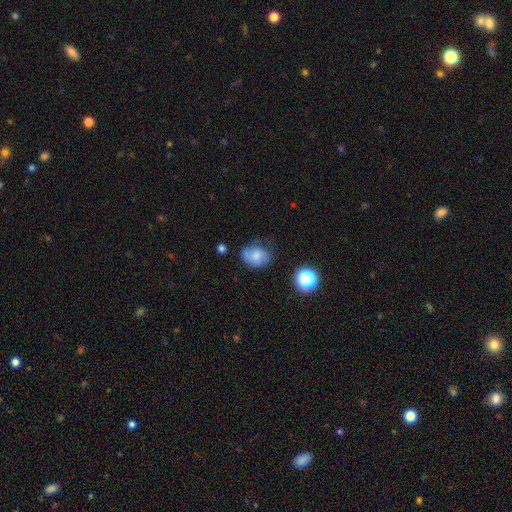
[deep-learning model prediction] Smooth or featured?
  - smooth: 53% *
  - featured or disk: 36%
  - star or artifact: 11%
How rounded?
  - in between: 59% *
  - round: 40%
  - cigar-shaped: 1%
Merging?
  - none: 53% *
  - minor disturbance: 31%
  - major disturbance: 13%
  - merger: 4%